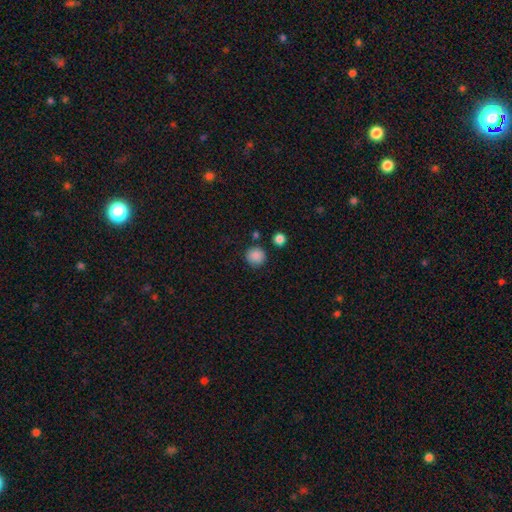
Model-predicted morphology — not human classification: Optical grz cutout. It shows a smooth galaxy with no disk features (87%) that is round (93%). Merging: none (86%).